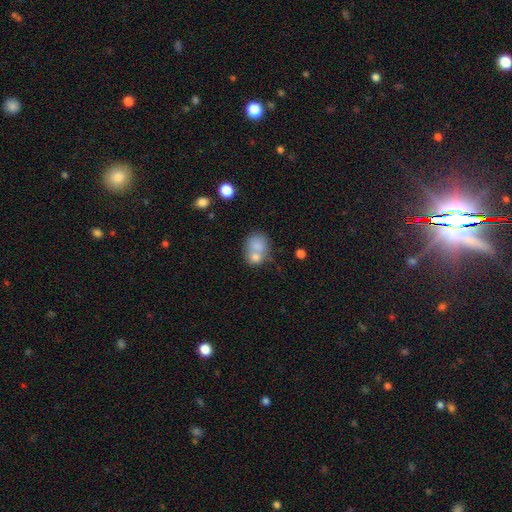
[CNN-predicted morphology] type=smooth (74%); roundness=round (57%); merging=merger (52%).